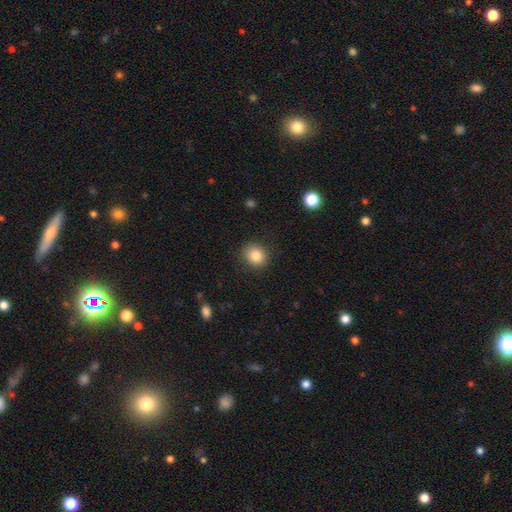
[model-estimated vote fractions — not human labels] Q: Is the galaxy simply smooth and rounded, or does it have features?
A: smooth — 84%.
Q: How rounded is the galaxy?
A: round — 73%.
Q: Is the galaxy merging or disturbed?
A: none — 88%.